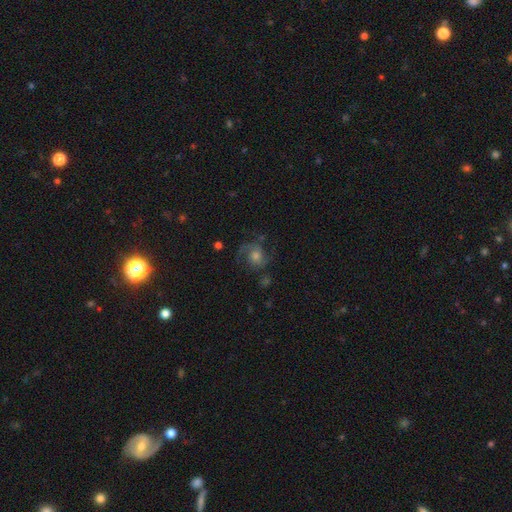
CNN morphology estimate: Smooth or featured? Predicted: featured or disk (p=0.73). Edge-on disk? Predicted: no (p=0.98). Bar? Predicted: no (p=0.72). Spiral arms? Predicted: yes (p=0.95). Spiral winding? Predicted: medium (p=0.52). Spiral arm count? Predicted: 2 (p=0.80). Bulge size? Predicted: moderate (p=0.54). Merging? Predicted: none (p=0.71).